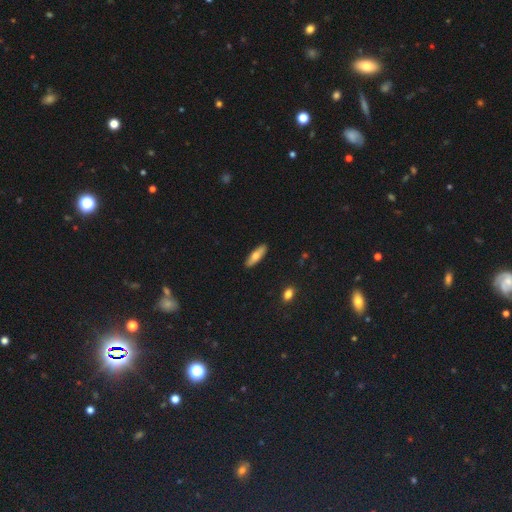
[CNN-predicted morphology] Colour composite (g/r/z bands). It shows a smooth galaxy with no disk features (68%) that is cigar-shaped (53%). Merging: none (90%).